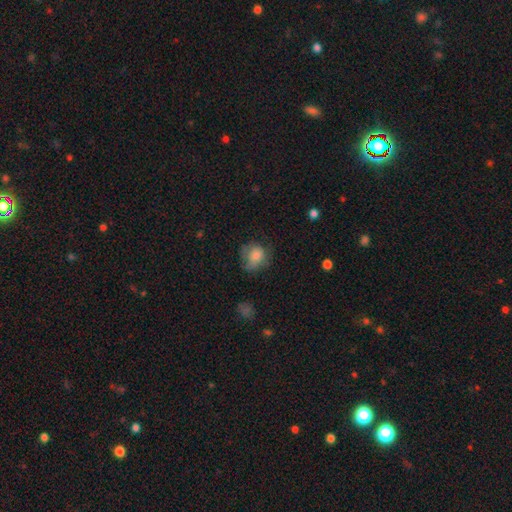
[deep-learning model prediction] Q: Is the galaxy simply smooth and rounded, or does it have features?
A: smooth — 76%.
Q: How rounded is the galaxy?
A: round — 69%.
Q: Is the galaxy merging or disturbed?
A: none — 52%.